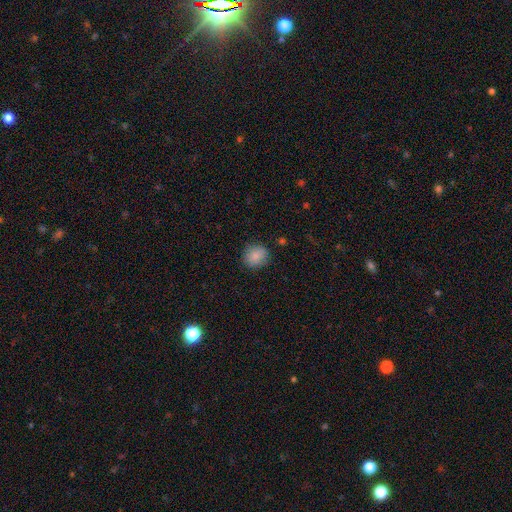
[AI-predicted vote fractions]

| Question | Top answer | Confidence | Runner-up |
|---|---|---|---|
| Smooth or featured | smooth | 86% | star or artifact (9%) |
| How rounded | round | 76% | in between (23%) |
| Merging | none | 85% | minor disturbance (11%) |